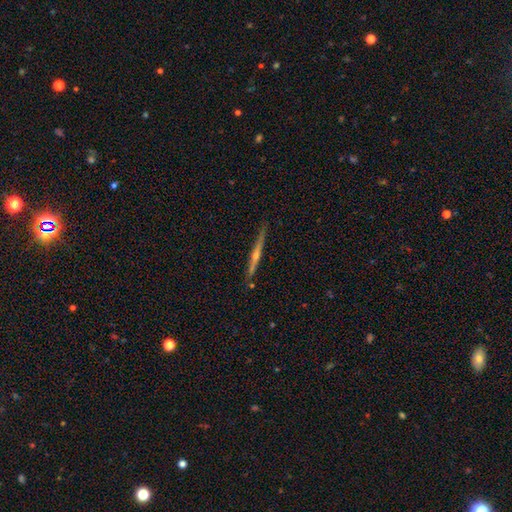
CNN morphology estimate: Smooth or featured?
  - featured or disk: 77% *
  - smooth: 16%
  - star or artifact: 8%
Edge-on disk?
  - yes: 97% *
  - no: 3%
Edge-on bulge?
  - rounded: 79% *
  - none: 15%
  - boxy: 6%
Merging?
  - none: 88% *
  - minor disturbance: 8%
  - major disturbance: 2%
  - merger: 2%